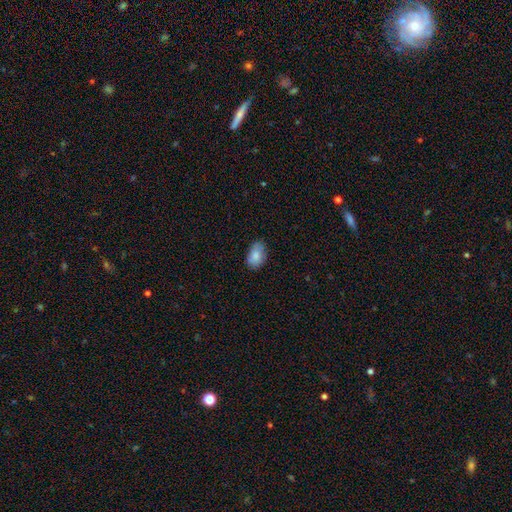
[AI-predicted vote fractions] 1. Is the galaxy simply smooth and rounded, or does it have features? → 82% smooth, 11% featured or disk, 7% star or artifact.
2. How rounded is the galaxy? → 86% in between, 12% round, 1% cigar-shaped.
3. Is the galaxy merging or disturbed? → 71% none, 24% minor disturbance, 4% major disturbance, 1% merger.